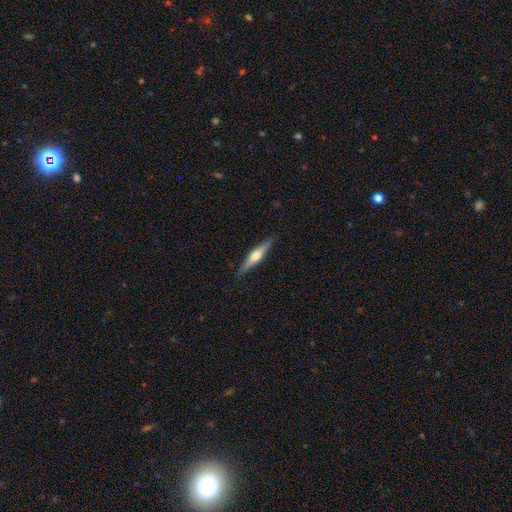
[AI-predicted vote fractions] A featured or disk galaxy (62%) viewed edge-on (96%) with a rounded central bulge (91%). Merging: none (88%).